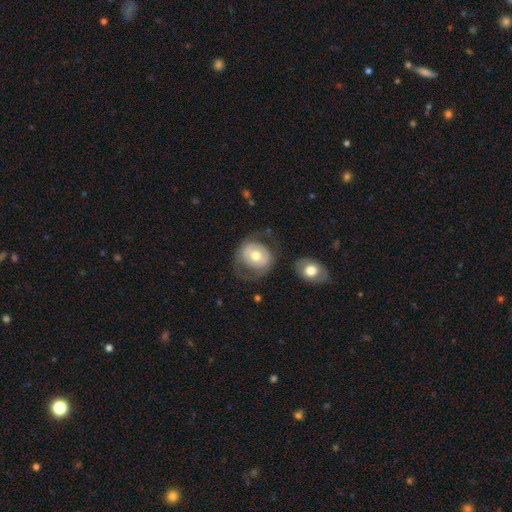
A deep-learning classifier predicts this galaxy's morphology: Overall: smooth (47%, tied with featured or disk). Merging: none (58%; minor disturbance 20%).